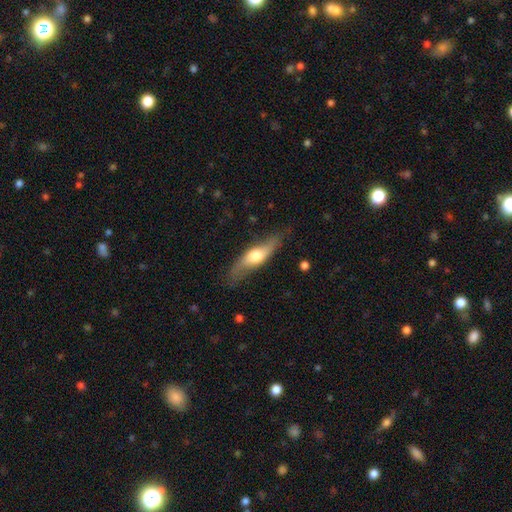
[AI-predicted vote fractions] Morphology: type=featured or disk (52%); edge-on=yes (58%); merging=none (72%).